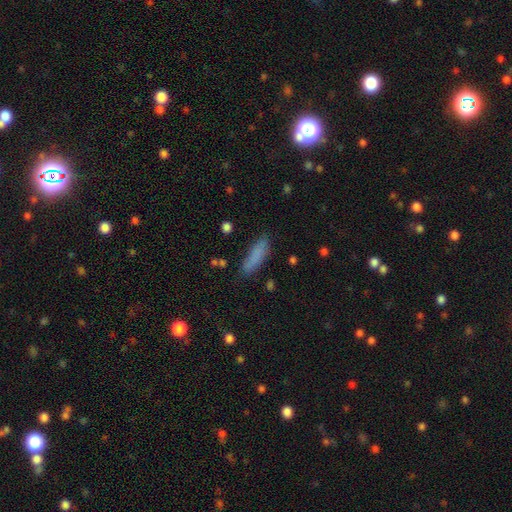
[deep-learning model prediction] Overall: smooth (83%). How rounded: cigar-shaped (64%; in between 35%). Merging: none (78%).